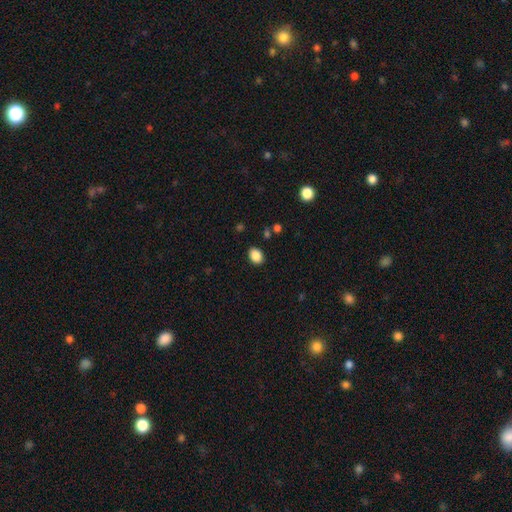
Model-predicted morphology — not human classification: This is clearly a smooth galaxy (88%). How rounded: likely in between (67%). Merging: clearly none (88%).